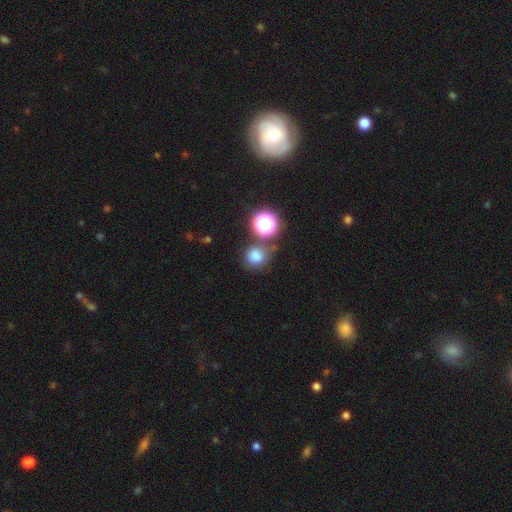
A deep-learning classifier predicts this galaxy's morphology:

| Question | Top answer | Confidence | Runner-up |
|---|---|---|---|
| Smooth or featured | smooth | 76% | star or artifact (17%) |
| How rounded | round | 87% | in between (12%) |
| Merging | none | 68% | minor disturbance (14%) |